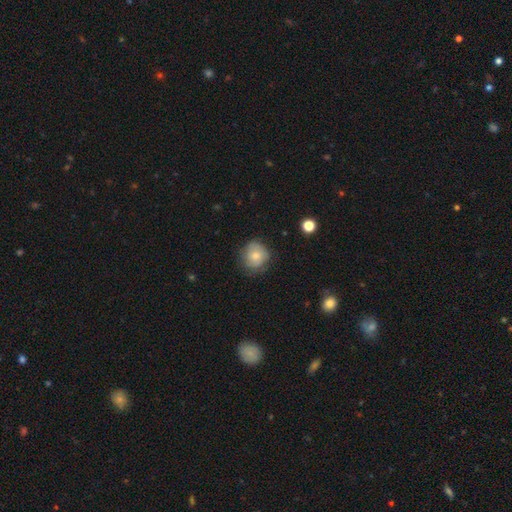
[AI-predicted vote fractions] smooth_or_featured: smooth (p=0.72) [alt: featured or disk p=0.20]
how_rounded: round (p=0.86) [alt: in between p=0.13]
merging: none (p=0.70) [alt: minor disturbance p=0.23]